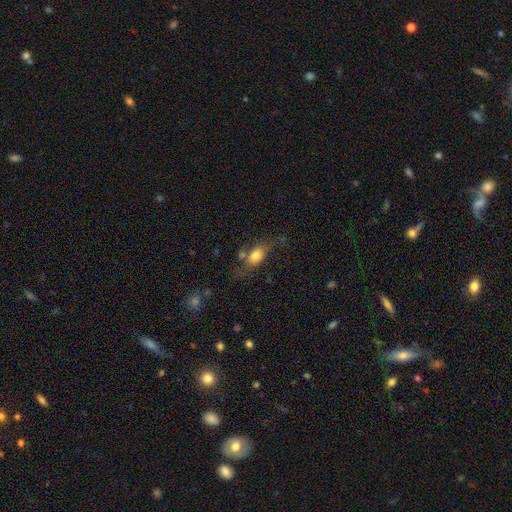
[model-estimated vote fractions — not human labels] Smooth or featured?
  - smooth: 71% *
  - featured or disk: 20%
  - star or artifact: 9%
How rounded?
  - in between: 79% *
  - round: 12%
  - cigar-shaped: 9%
Merging?
  - none: 51% *
  - minor disturbance: 23%
  - major disturbance: 13%
  - merger: 13%